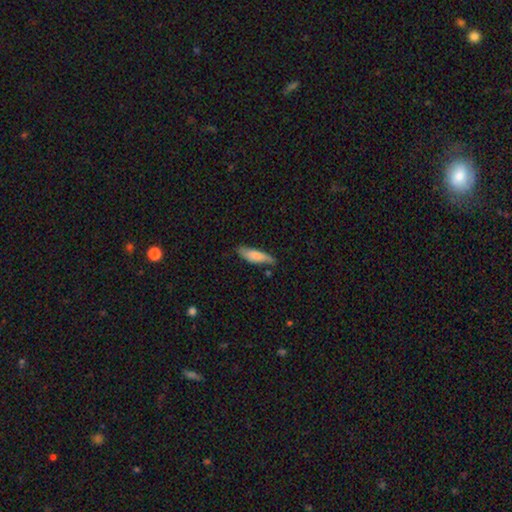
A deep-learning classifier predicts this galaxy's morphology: This appears to be a smooth galaxy with no disk features (72%) that is cigar-shaped (53%). Merging: none (63%).